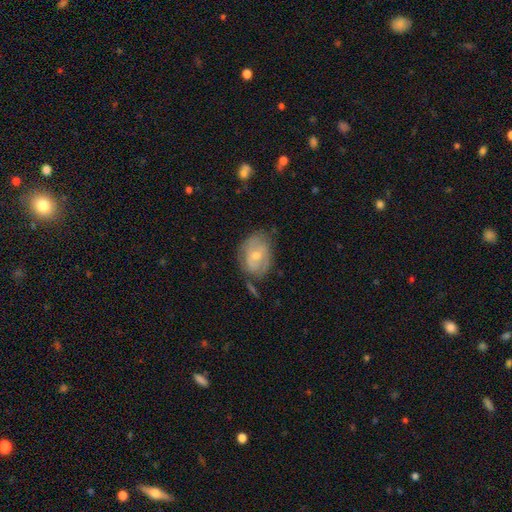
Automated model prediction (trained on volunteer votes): Smooth or featured: featured or disk — 53% (smooth — 40%)
Edge-on disk: no — 95% (yes — 5%)
Bar: no — 66% (weak — 28%)
Spiral arms: yes — 61% (no — 39%)
Bulge size: moderate — 52% (small — 43%)
Merging: none — 58% (minor disturbance — 27%)